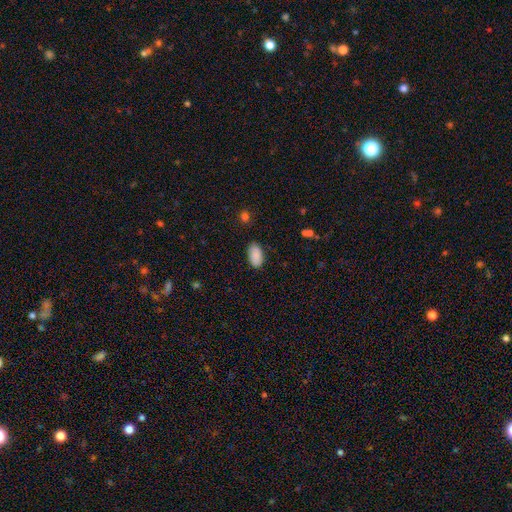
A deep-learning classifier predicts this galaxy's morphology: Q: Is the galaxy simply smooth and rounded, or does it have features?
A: smooth — 89%.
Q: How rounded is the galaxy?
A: in between — 94%.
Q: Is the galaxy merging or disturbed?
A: none — 85%.